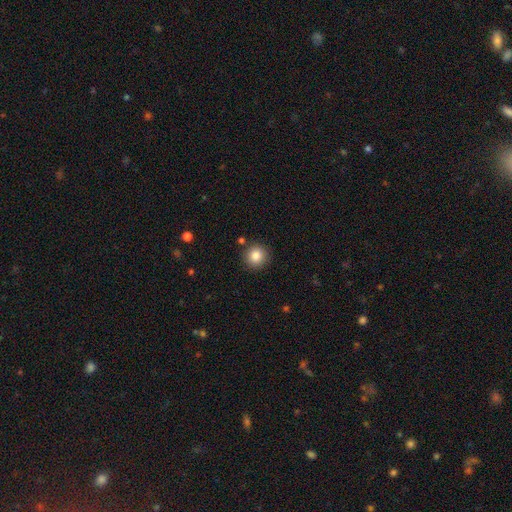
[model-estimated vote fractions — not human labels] Smooth or featured? smooth (85%)
How rounded? round (93%)
Merging? none (88%)